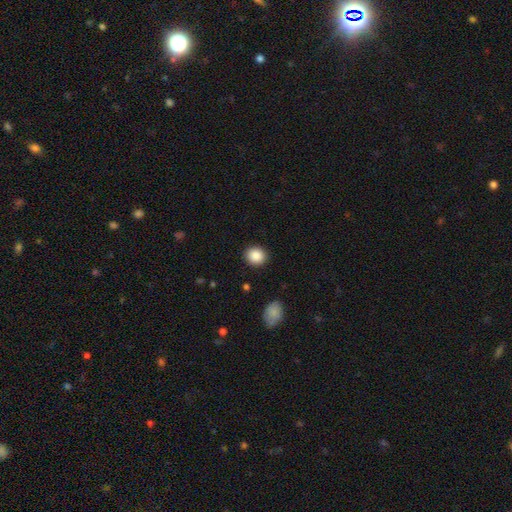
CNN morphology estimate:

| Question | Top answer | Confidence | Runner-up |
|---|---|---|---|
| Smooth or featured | smooth | 88% | star or artifact (8%) |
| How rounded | round | 80% | in between (19%) |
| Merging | none | 90% | minor disturbance (7%) |